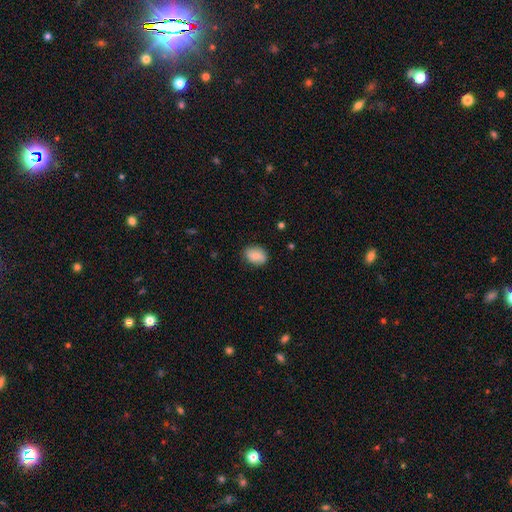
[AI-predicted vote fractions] Smooth or featured?
  - smooth: 81% *
  - featured or disk: 11%
  - star or artifact: 7%
How rounded?
  - in between: 72% *
  - round: 27%
  - cigar-shaped: 1%
Merging?
  - none: 79% *
  - minor disturbance: 16%
  - major disturbance: 3%
  - merger: 1%